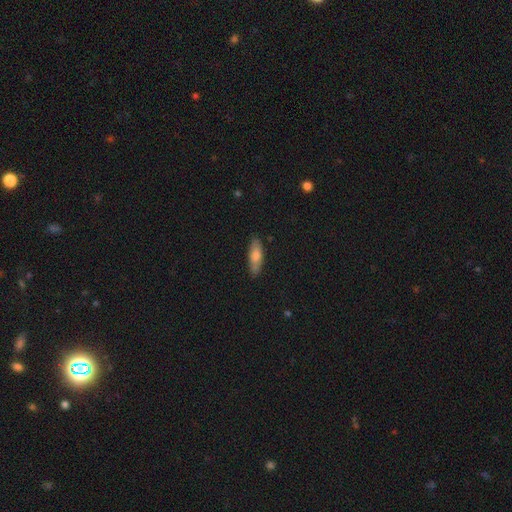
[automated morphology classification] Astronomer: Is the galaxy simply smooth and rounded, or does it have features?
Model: smooth — 73%.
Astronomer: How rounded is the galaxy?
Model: in between — 55% (runner-up: cigar-shaped, 43%).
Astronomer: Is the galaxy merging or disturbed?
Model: none — 84%.